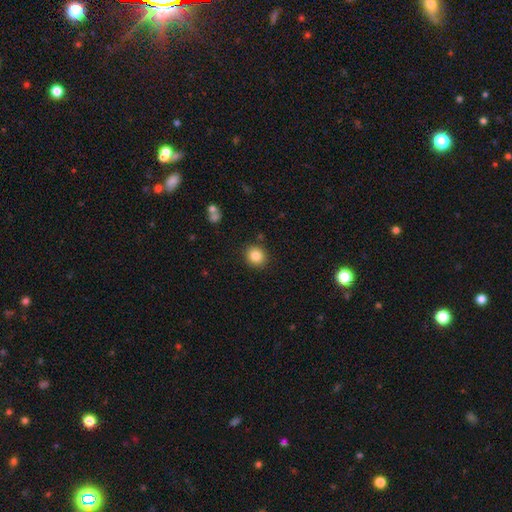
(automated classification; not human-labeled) Overall: smooth (86%). How rounded: round (82%). Merging: none (88%).